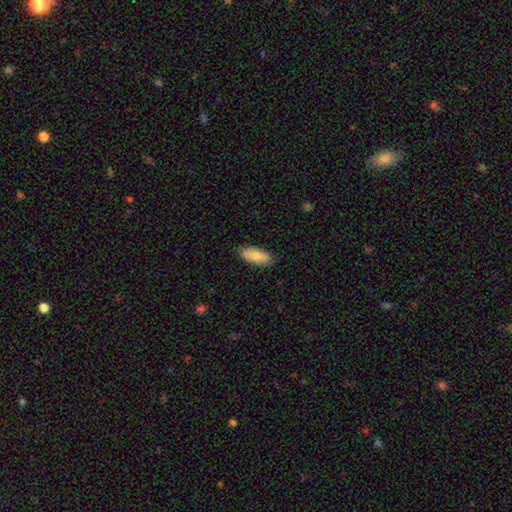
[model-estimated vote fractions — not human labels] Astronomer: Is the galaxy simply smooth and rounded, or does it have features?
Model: smooth — 82%.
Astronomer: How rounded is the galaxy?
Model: in between — 83%.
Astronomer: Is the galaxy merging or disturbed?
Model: none — 84%.